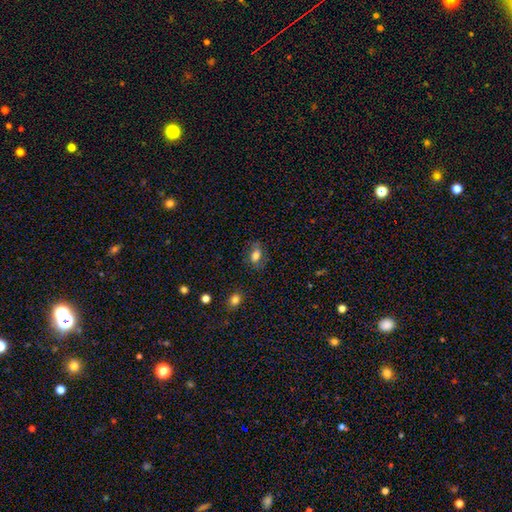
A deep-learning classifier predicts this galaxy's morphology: Smooth or featured? smooth (76%)
How rounded? in between (84%)
Merging? none (75%)